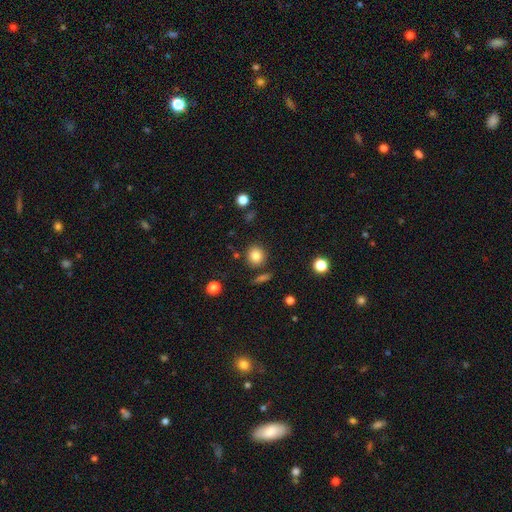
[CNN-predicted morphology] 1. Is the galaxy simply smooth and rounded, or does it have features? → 84% smooth, 10% star or artifact, 6% featured or disk.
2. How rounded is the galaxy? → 84% round, 14% in between, 1% cigar-shaped.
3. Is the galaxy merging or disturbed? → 83% none, 8% minor disturbance, 5% merger, 3% major disturbance.